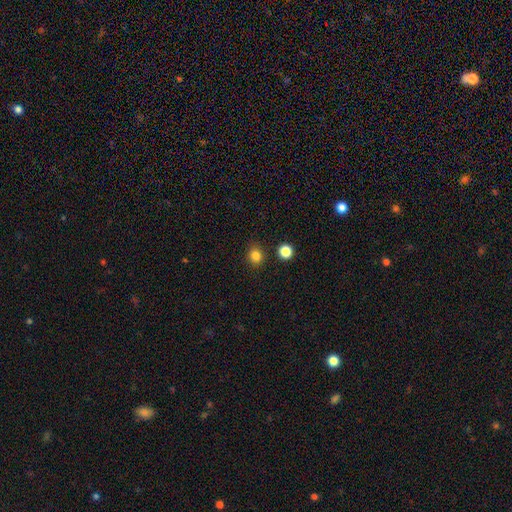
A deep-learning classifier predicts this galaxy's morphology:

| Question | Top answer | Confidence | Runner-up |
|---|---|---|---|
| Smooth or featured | smooth | 83% | star or artifact (13%) |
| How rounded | round | 80% | in between (19%) |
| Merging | none | 86% | minor disturbance (8%) |